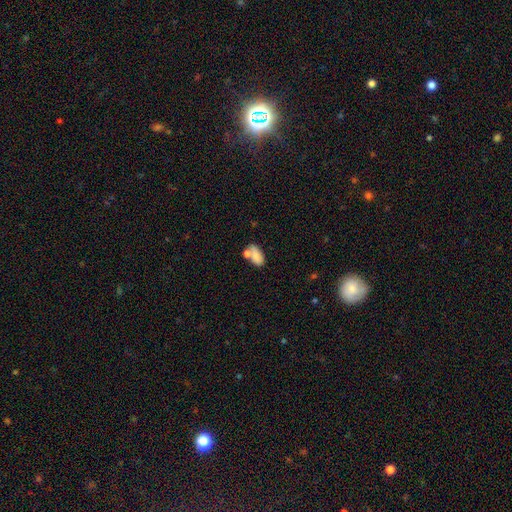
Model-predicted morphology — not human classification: type=smooth (77%); roundness=in between (90%); merging=merger (38%).